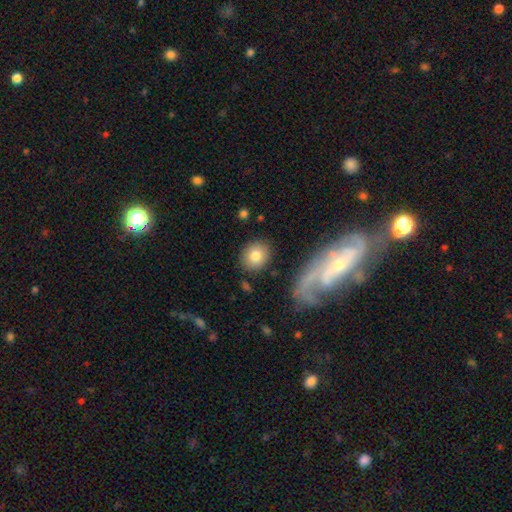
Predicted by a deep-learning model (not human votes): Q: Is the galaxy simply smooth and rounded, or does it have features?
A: smooth — 79%.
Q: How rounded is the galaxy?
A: round — 76%.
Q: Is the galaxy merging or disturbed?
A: none — 85%.